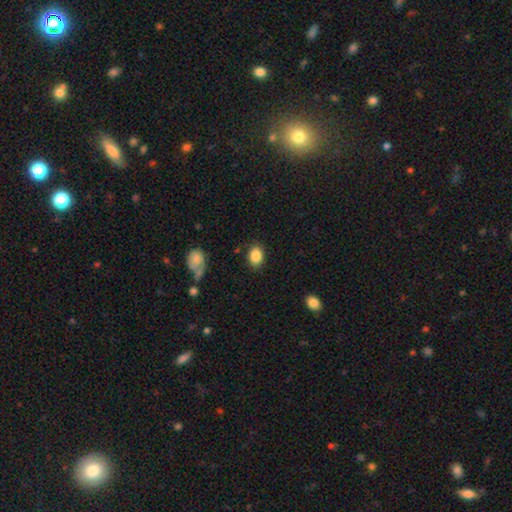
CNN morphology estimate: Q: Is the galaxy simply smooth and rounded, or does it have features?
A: smooth — 87%.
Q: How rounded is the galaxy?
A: in between — 71%.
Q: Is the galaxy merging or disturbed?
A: none — 83%.